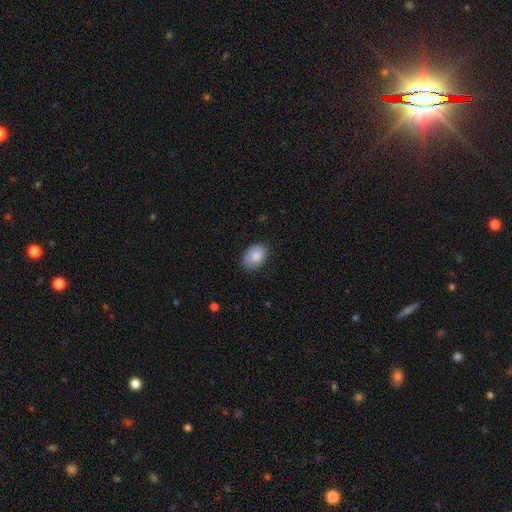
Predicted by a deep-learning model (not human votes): Smooth or featured? smooth (85%)
How rounded? in between (74%)
Merging? none (75%)